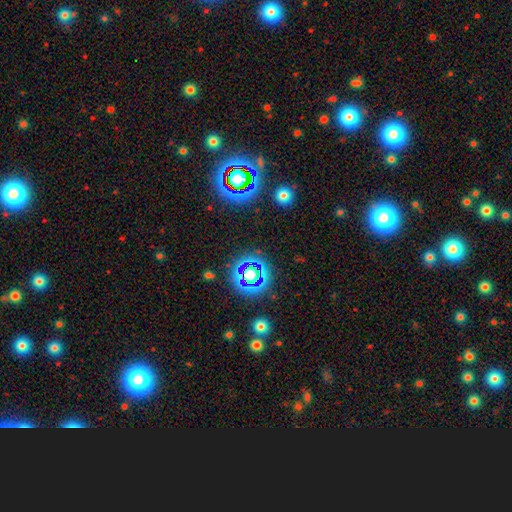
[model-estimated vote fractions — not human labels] star or artifact 67%, smooth 23%, featured or disk 10%.